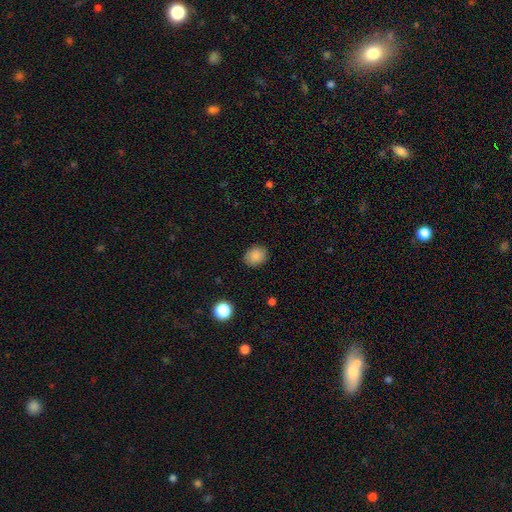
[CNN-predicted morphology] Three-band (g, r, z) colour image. It shows a smooth galaxy with no disk features (87%) that is round (51%). Merging: none (87%).